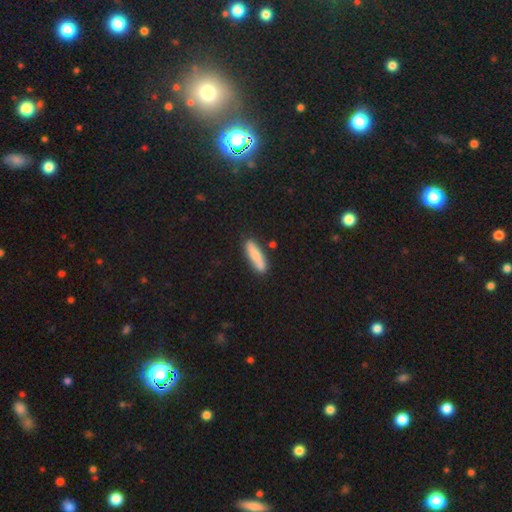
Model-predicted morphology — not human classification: Q: Smooth or featured?
A: smooth (74%); runner-up: featured or disk (20%)
Q: How rounded?
A: cigar-shaped (74%); runner-up: in between (24%)
Q: Merging?
A: none (81%); runner-up: minor disturbance (12%)